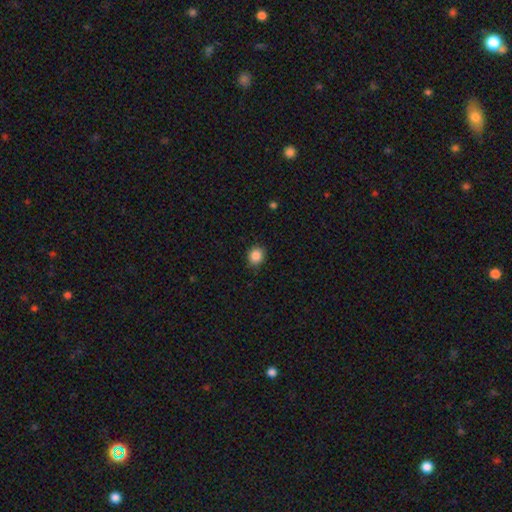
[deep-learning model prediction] A smooth galaxy with no disk features (87%) that is round (68%).

Vote fractions:
- Smooth or featured? smooth: 87% / star or artifact: 9% / featured or disk: 4%
- How rounded? round: 68% / in between: 31% / cigar-shaped: 1%
- Merging? none: 87% / minor disturbance: 10% / major disturbance: 2% / merger: 1%